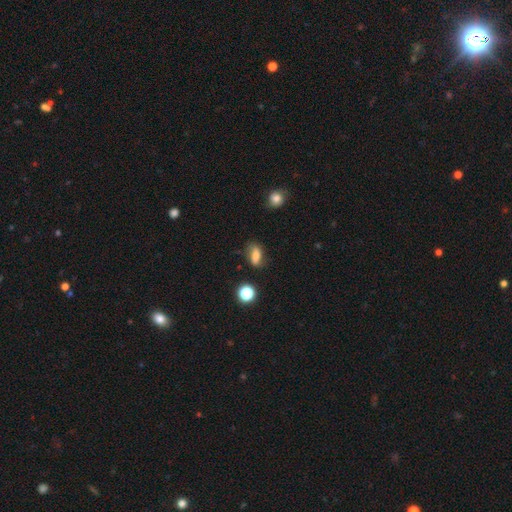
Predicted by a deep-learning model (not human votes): Q: Smooth or featured?
A: smooth (60%); runner-up: featured or disk (28%)
Q: How rounded?
A: in between (76%); runner-up: round (13%)
Q: Merging?
A: none (67%); runner-up: minor disturbance (22%)